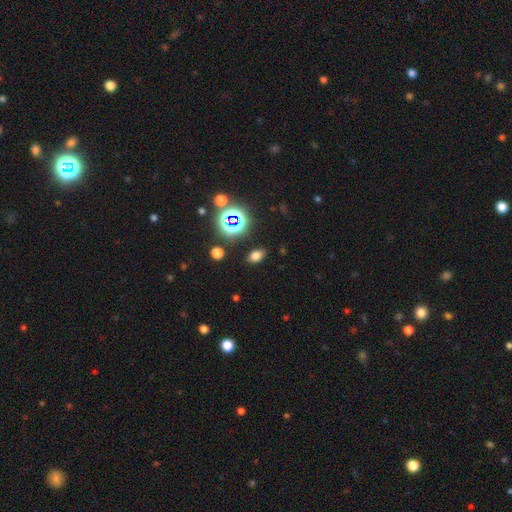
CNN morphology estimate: This appears to be a smooth galaxy with no disk features (69%) that is in between round and cigar-shaped (82%). Merging: none (86%).